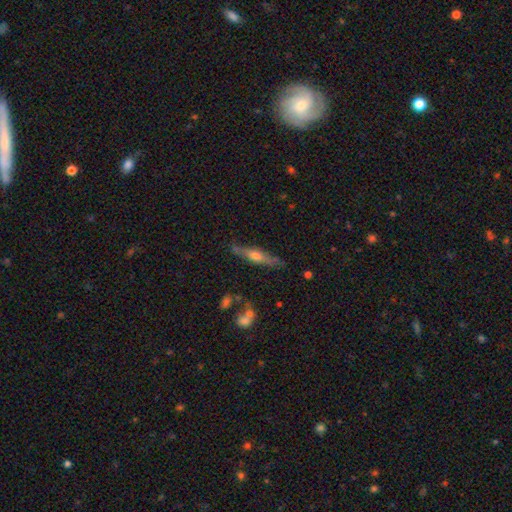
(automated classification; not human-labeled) smooth_or_featured: featured or disk (p=0.60) [alt: smooth p=0.34]
disk_edge_on: yes (p=0.92) [alt: no p=0.08]
edge_on_bulge: rounded (p=0.87) [alt: boxy p=0.07]
merging: none (p=0.79) [alt: minor disturbance p=0.14]